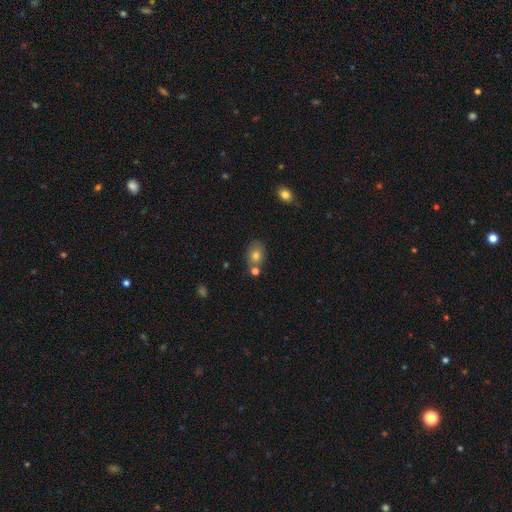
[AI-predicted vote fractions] Smooth or featured? smooth (75%)
How rounded? in between (66%)
Merging? none (60%)